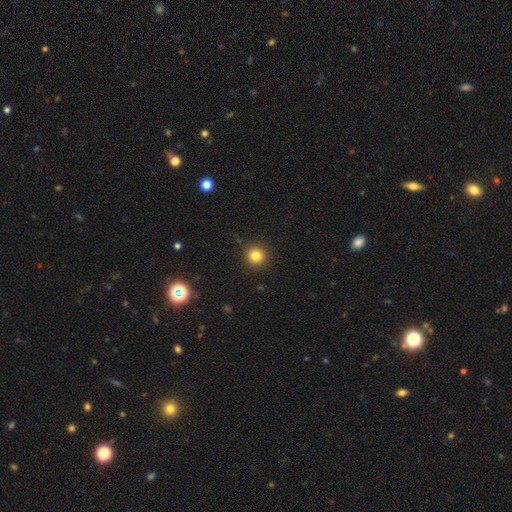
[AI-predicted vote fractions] A smooth galaxy with no disk features (82%) that is round (94%).

Vote fractions:
- Smooth or featured? smooth: 82% / star or artifact: 13% / featured or disk: 5%
- How rounded? round: 94% / in between: 5% / cigar-shaped: 1%
- Merging? none: 90% / minor disturbance: 6% / major disturbance: 2% / merger: 1%